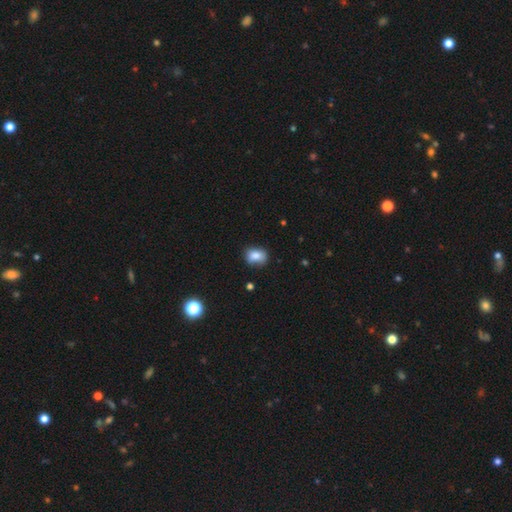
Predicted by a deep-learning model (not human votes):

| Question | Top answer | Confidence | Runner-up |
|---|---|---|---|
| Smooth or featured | smooth | 82% | star or artifact (10%) |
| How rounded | in between | 58% | round (41%) |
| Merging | none | 66% | minor disturbance (25%) |